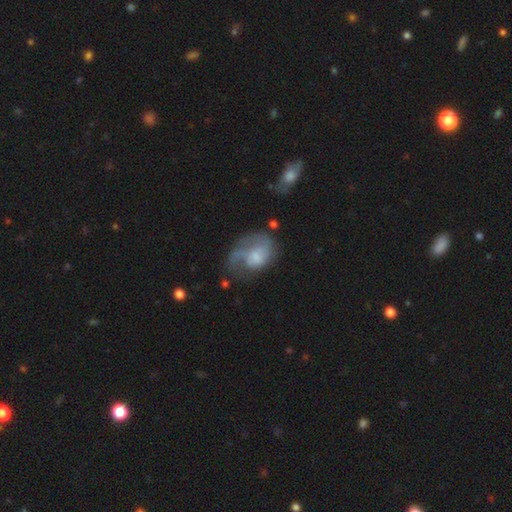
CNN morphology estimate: Smooth or featured? Predicted: featured or disk (p=0.56). Edge-on disk? Predicted: no (p=0.97). Bar? Predicted: no (p=0.70). Spiral arms? Predicted: yes (p=0.73). Bulge size? Predicted: small (p=0.32). Merging? Predicted: major disturbance (p=0.41).